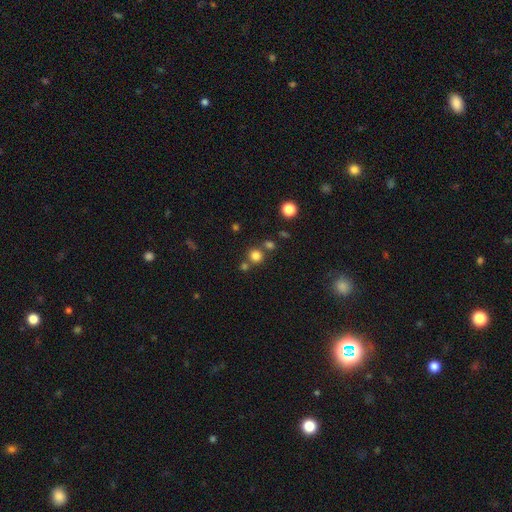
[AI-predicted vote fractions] This is likely a smooth galaxy (78%). How rounded: clearly round (90%). Merging: likely none (72%).